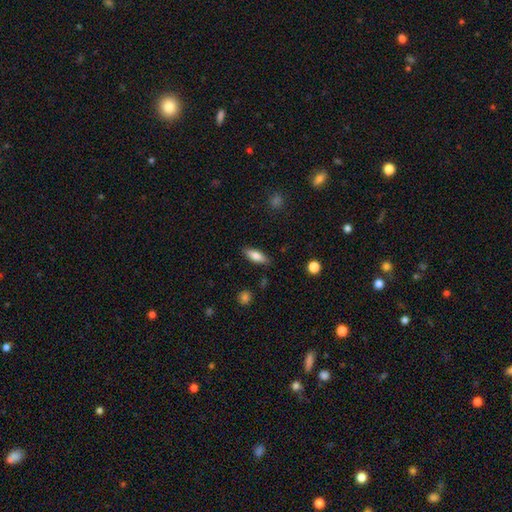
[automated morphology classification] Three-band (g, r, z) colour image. It shows a smooth galaxy with no disk features (81%) that is in between round and cigar-shaped (65%). Merging: none (85%).